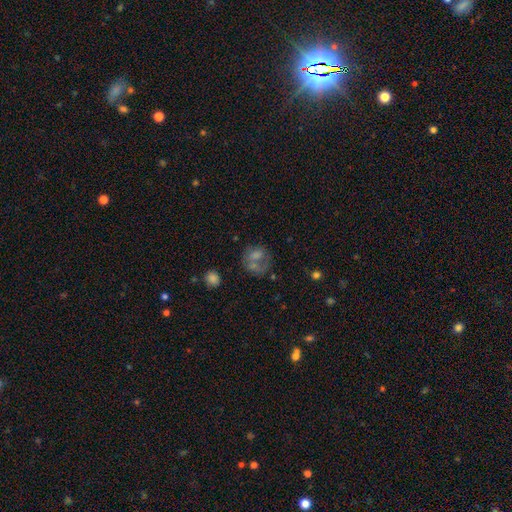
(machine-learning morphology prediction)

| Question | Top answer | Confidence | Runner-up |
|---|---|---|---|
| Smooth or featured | smooth | 42% | featured or disk (37%) |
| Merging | none | 40% | major disturbance (24%) |